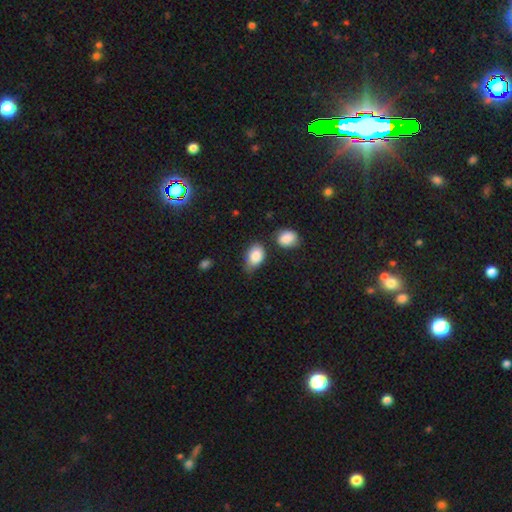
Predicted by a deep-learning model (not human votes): Smooth or featured? Predicted: smooth (p=0.86). How rounded? Predicted: in between (p=0.86). Merging? Predicted: none (p=0.51).